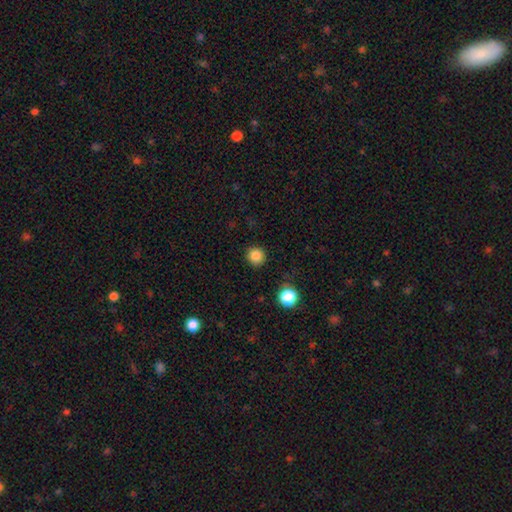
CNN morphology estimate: smooth_or_featured: smooth (p=0.84) [alt: star or artifact p=0.12]
how_rounded: round (p=0.94) [alt: in between p=0.05]
merging: none (p=0.91) [alt: minor disturbance p=0.06]